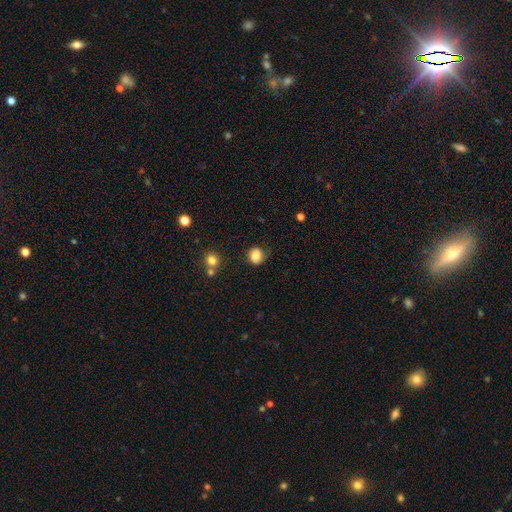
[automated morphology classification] Q: Smooth or featured?
A: smooth (81%); runner-up: featured or disk (10%)
Q: How rounded?
A: round (72%); runner-up: in between (27%)
Q: Merging?
A: none (71%); runner-up: minor disturbance (20%)